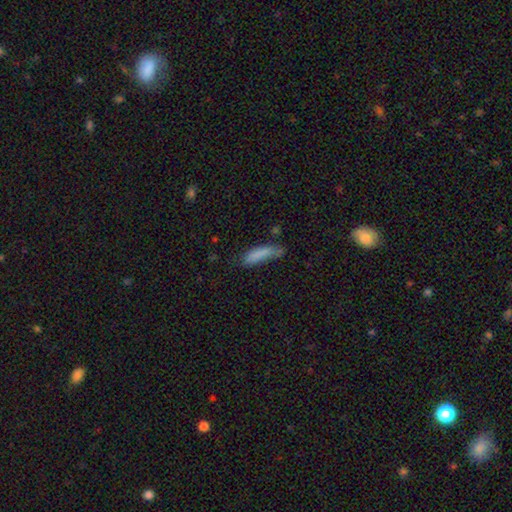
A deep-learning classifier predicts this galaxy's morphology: Smooth or featured? Predicted: smooth (p=0.80). How rounded? Predicted: cigar-shaped (p=0.71). Merging? Predicted: none (p=0.54).